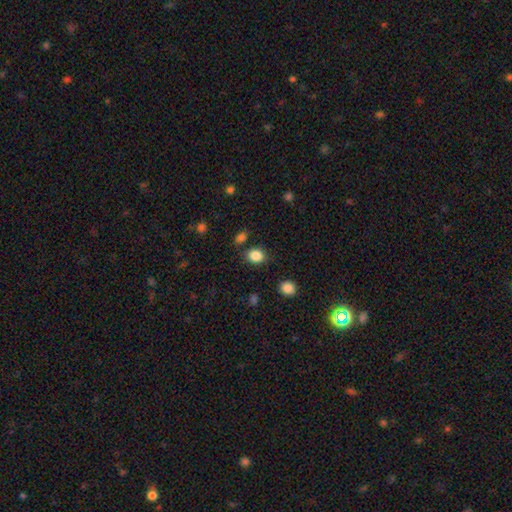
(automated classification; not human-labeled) Smooth or featured: smooth — 85% (star or artifact — 10%)
How rounded: in between — 51% (round — 48%)
Merging: none — 79% (minor disturbance — 12%)